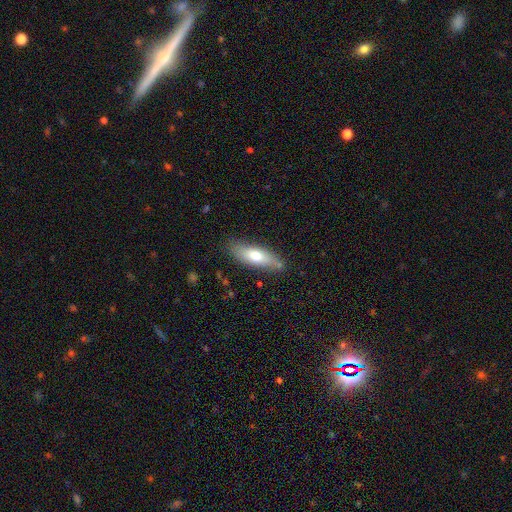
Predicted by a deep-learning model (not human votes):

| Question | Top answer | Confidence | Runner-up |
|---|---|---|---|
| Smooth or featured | smooth | 67% | featured or disk (26%) |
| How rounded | in between | 55% | cigar-shaped (43%) |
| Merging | none | 79% | minor disturbance (15%) |